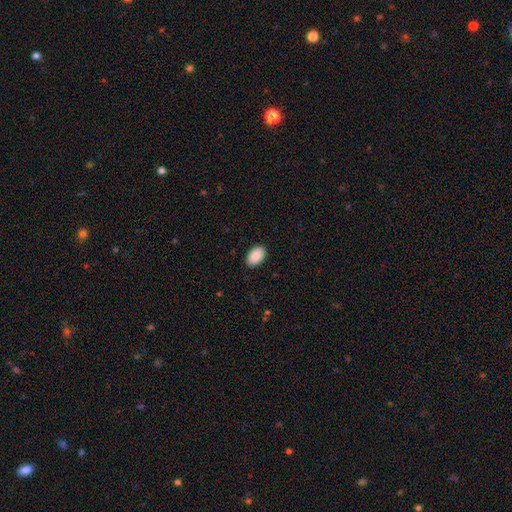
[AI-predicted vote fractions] Overall: smooth (91%). How rounded: in between (92%). Merging: none (90%).